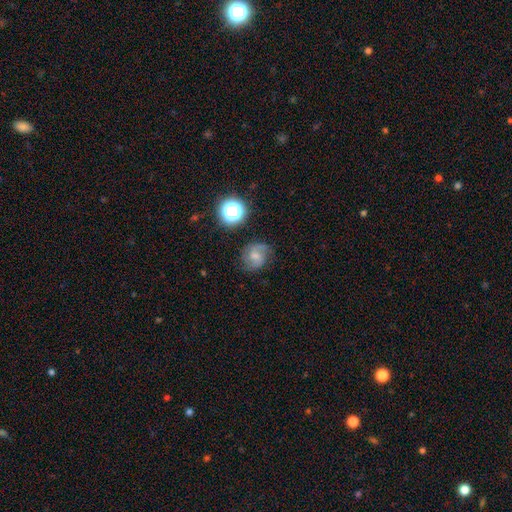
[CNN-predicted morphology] Q: Smooth or featured?
A: featured or disk (58%); runner-up: smooth (29%)
Q: Edge-on disk?
A: no (98%); runner-up: yes (2%)
Q: Bar?
A: no (47%); runner-up: weak (44%)
Q: Spiral arms?
A: yes (91%); runner-up: no (9%)
Q: Spiral winding?
A: medium (49%); runner-up: loose (28%)
Q: Spiral arm count?
A: 2 (77%); runner-up: can't tell (10%)
Q: Bulge size?
A: moderate (45%); runner-up: small (38%)
Q: Merging?
A: none (71%); runner-up: minor disturbance (20%)